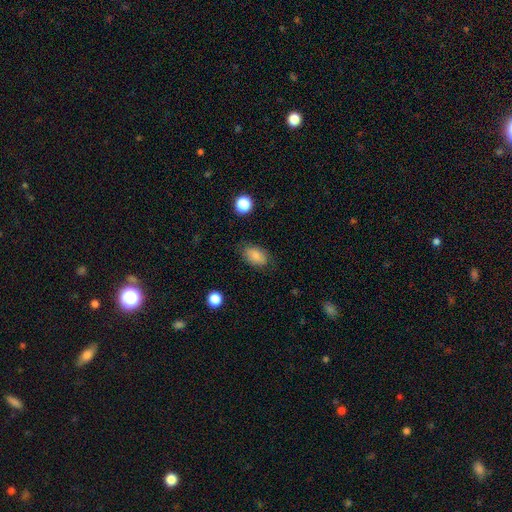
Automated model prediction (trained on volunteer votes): Smooth or featured? smooth (83%)
How rounded? in between (89%)
Merging? none (79%)